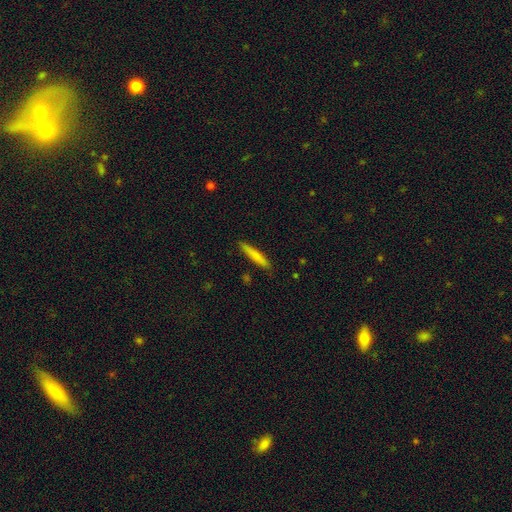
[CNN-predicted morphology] This is likely a smooth galaxy (75%). How rounded: clearly cigar-shaped (93%). Merging: clearly none (88%).